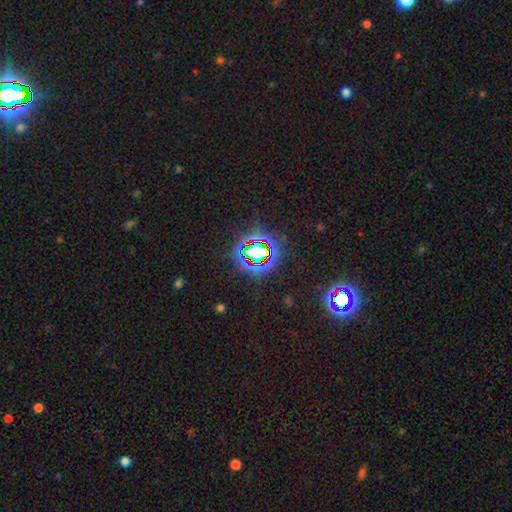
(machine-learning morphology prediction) A star or artifact, not a galaxy (80%).

Vote fractions:
- Smooth or featured? star or artifact: 80% / smooth: 12% / featured or disk: 8%